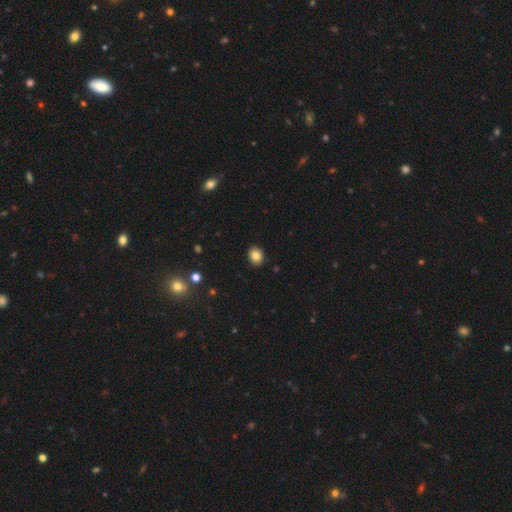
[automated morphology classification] Q: Smooth or featured?
A: smooth (83%); runner-up: star or artifact (10%)
Q: How rounded?
A: round (65%); runner-up: in between (35%)
Q: Merging?
A: none (91%); runner-up: minor disturbance (6%)